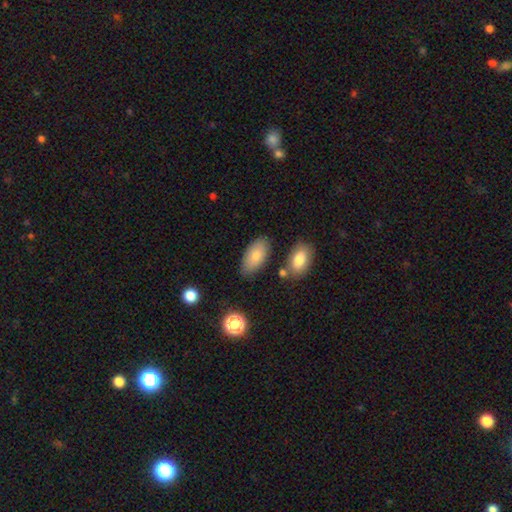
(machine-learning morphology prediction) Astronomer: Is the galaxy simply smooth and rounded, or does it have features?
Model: smooth — 80%.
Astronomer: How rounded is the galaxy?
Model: in between — 94%.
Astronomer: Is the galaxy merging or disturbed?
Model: none — 76%.